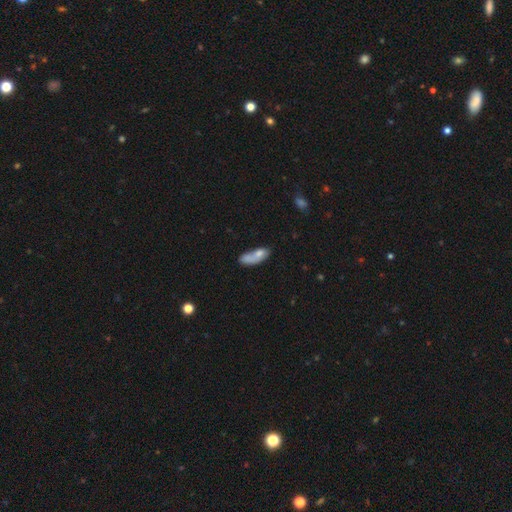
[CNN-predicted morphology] Smooth or featured? smooth (71%)
How rounded? in between (70%)
Merging? merger (37%)